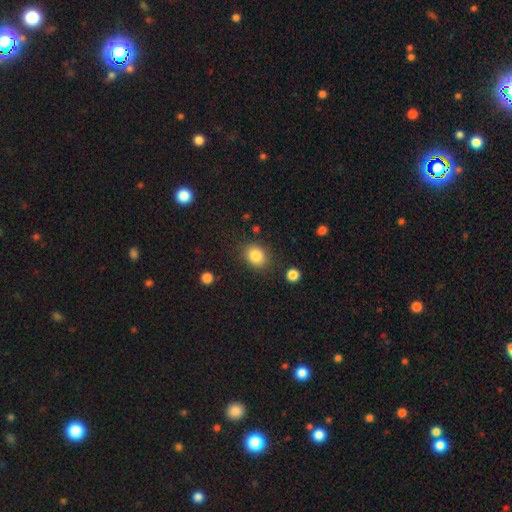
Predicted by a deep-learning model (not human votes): Smooth or featured? Predicted: smooth (p=0.84). How rounded? Predicted: round (p=0.55). Merging? Predicted: none (p=0.82).